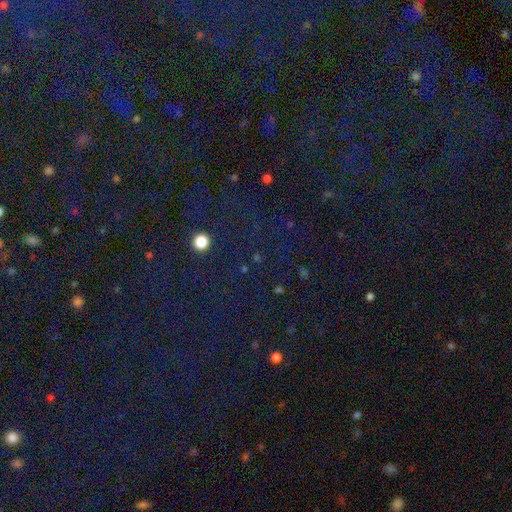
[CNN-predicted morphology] This is clearly a star or artifact rather than a galaxy (83%).